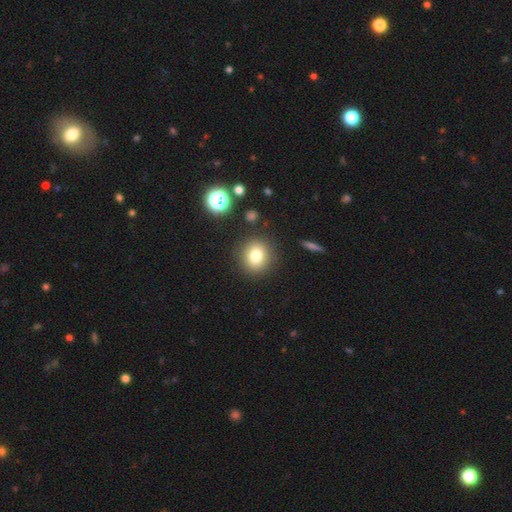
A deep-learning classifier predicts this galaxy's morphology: This appears to be a smooth galaxy with no disk features (79%) that is round (83%). Merging: none (87%).